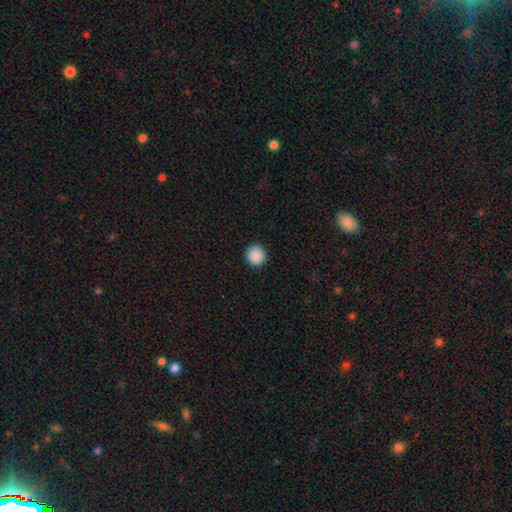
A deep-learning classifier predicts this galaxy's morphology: Overall: smooth (90%). How rounded: round (94%). Merging: none (92%).